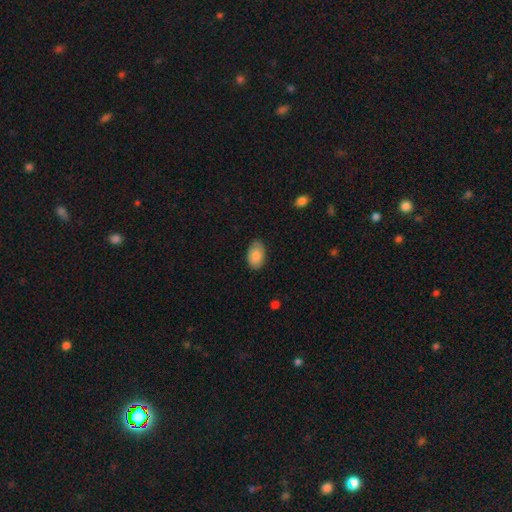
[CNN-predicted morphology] A smooth galaxy with no disk features (85%) that is in between round and cigar-shaped (91%). Merging: none (82%).